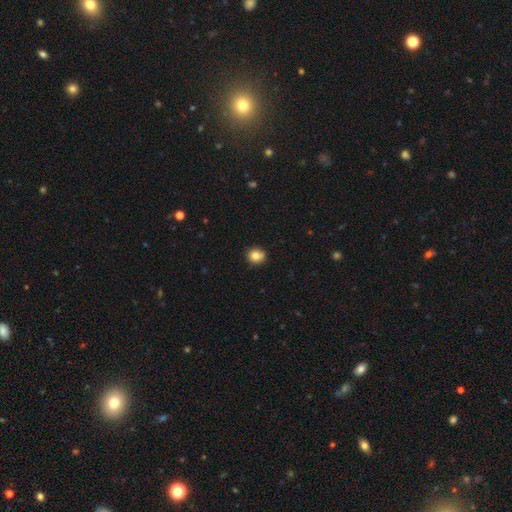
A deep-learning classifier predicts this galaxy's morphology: This is clearly a smooth galaxy (82%). How rounded: clearly round (83%). Merging: clearly none (81%).